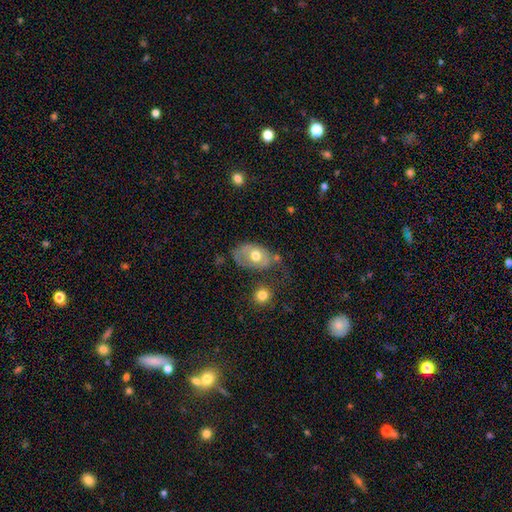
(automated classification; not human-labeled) A smooth galaxy with no disk features (55%) that is in between round and cigar-shaped (82%).

Vote fractions:
- Smooth or featured? smooth: 55% / featured or disk: 38% / star or artifact: 7%
- How rounded? in between: 82% / round: 17% / cigar-shaped: 1%
- Merging? none: 38% / minor disturbance: 30% / major disturbance: 21% / merger: 11%